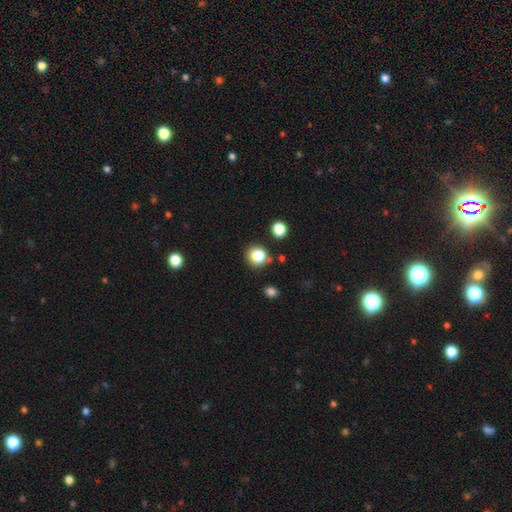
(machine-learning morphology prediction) Smooth or featured?
  - smooth: 82% *
  - star or artifact: 12%
  - featured or disk: 6%
How rounded?
  - round: 89% *
  - in between: 10%
  - cigar-shaped: 1%
Merging?
  - none: 82% *
  - minor disturbance: 9%
  - merger: 6%
  - major disturbance: 3%